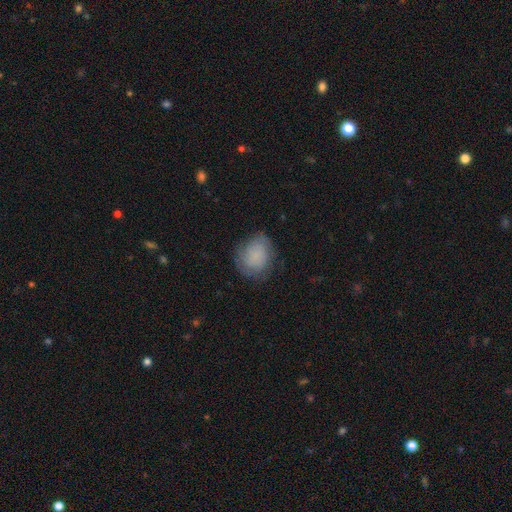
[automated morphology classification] A smooth galaxy with no disk features (70%) that is round (60%). Merging: none (68%).